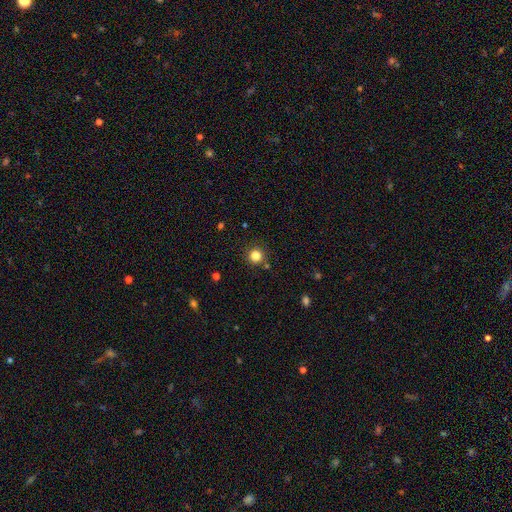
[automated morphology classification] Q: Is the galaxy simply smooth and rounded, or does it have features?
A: smooth — 83%.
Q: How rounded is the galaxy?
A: round — 94%.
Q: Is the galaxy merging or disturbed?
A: none — 88%.